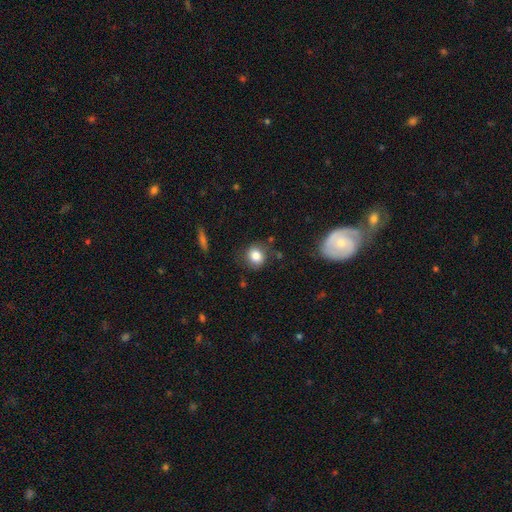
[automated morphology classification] smooth 82%, star or artifact 10%, featured or disk 8%. Down the decision tree: how rounded — round (74%); merging — none (78%).